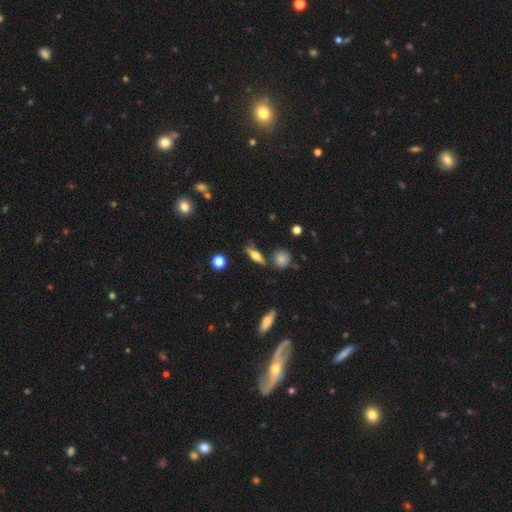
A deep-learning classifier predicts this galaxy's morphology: type=smooth (49%); merging=none (75%).